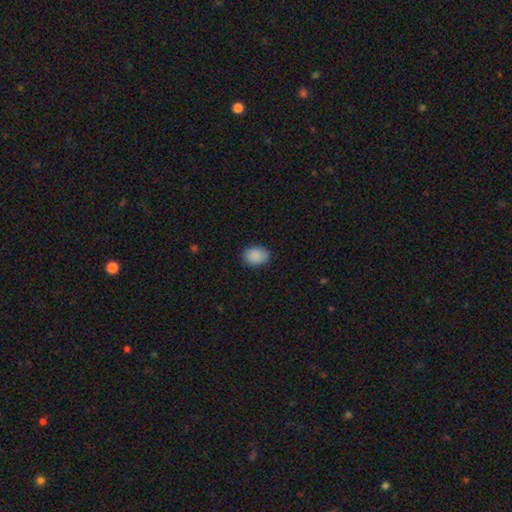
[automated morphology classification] Smooth or featured?
  - smooth: 89% *
  - star or artifact: 8%
  - featured or disk: 3%
How rounded?
  - in between: 67% *
  - round: 32%
  - cigar-shaped: 1%
Merging?
  - none: 85% *
  - minor disturbance: 11%
  - major disturbance: 2%
  - merger: 1%